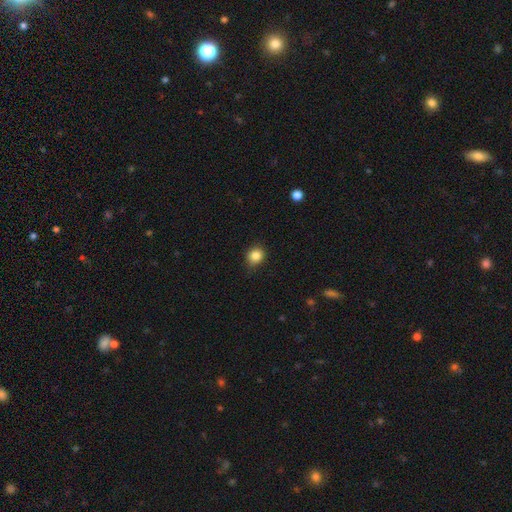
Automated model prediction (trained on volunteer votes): This is clearly a smooth galaxy (85%). How rounded: likely round (78%). Merging: clearly none (81%).